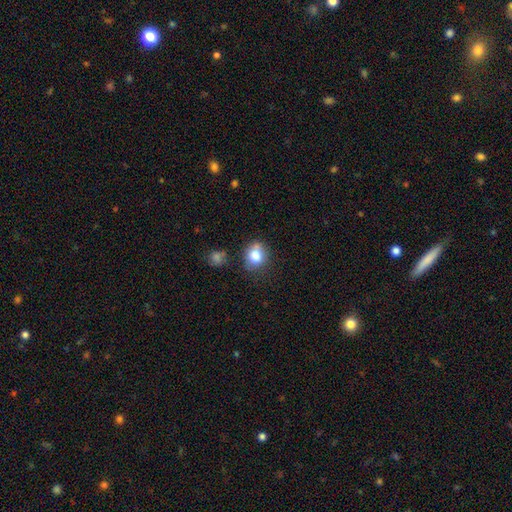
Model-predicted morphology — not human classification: smooth 80%, featured or disk 10%, star or artifact 10%. Down the decision tree: how rounded — round (60%); merging — none (61%).